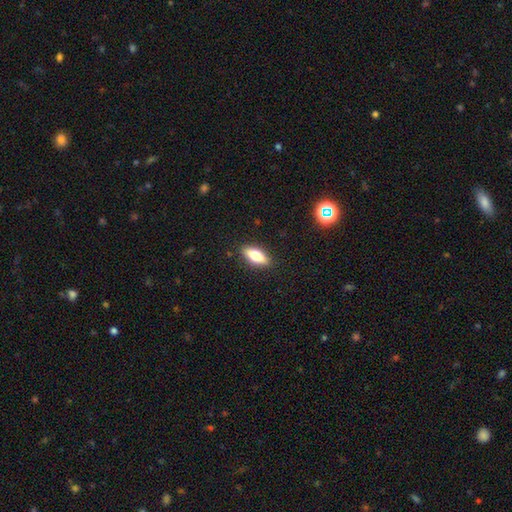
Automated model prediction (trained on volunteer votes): Smooth or featured: smooth — 64% (featured or disk — 29%)
How rounded: in between — 70% (cigar-shaped — 27%)
Merging: none — 88% (minor disturbance — 9%)